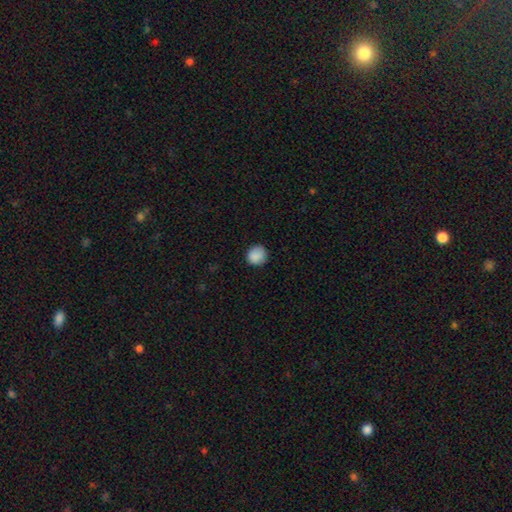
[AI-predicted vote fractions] A smooth galaxy with no disk features (88%) that is round (91%). Merging: none (85%).